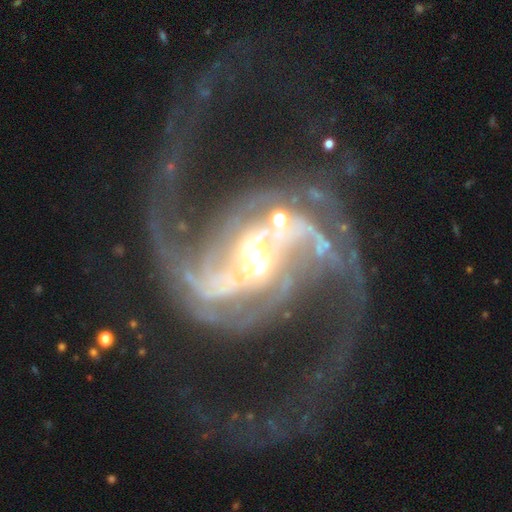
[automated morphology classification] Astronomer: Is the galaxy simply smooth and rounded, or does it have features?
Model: featured or disk — 93%.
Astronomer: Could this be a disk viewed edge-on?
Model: no — 98%.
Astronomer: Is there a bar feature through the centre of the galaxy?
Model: strong — 51% (runner-up: weak, 34%).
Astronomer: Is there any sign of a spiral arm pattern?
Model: yes — 99%.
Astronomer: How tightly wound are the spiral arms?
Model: medium — 50% (runner-up: loose, 36%).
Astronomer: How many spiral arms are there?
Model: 2 — 70%.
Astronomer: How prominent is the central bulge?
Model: moderate — 54% (runner-up: small, 30%).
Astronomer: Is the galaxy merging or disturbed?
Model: none — 49% (runner-up: major disturbance, 31%).